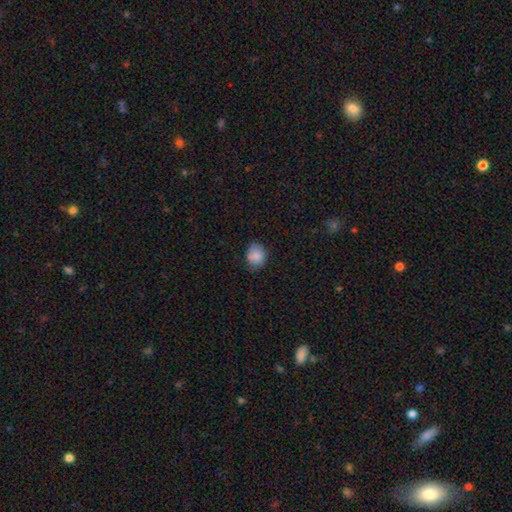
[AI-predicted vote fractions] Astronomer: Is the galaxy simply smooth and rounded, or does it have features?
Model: smooth — 85%.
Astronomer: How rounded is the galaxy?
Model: round — 64%.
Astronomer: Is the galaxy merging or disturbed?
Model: none — 73%.